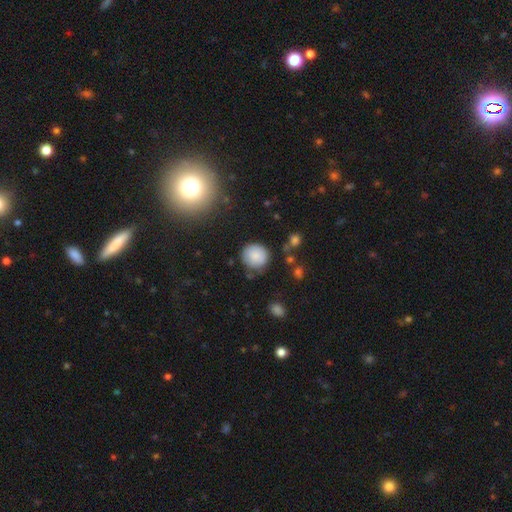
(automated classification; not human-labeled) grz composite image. It shows a smooth galaxy with no disk features (85%) that is round (89%). Merging: none (75%).